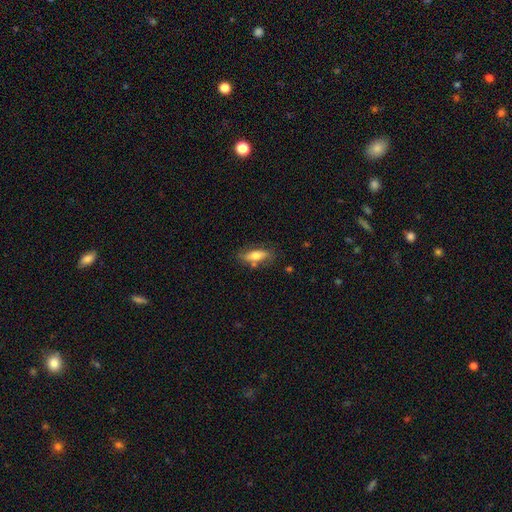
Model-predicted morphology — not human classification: This is likely a smooth galaxy (65%). How rounded: likely in between (64%). Merging: likely none (71%).